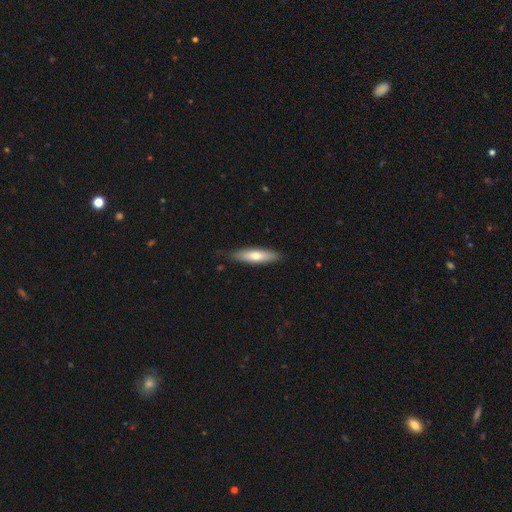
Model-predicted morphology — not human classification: type=smooth (65%); roundness=cigar-shaped (66%); merging=none (83%).